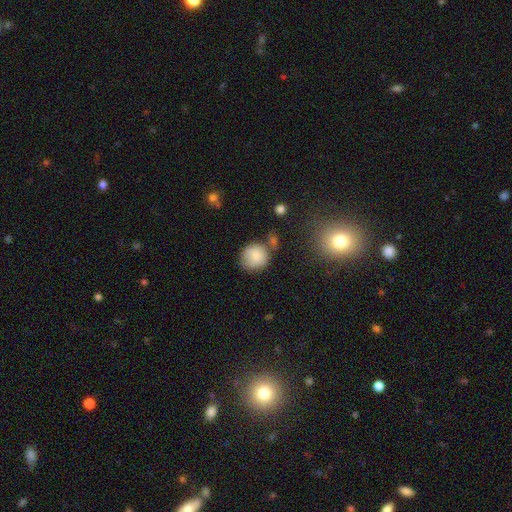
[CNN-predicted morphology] Smooth or featured? smooth (83%)
How rounded? round (87%)
Merging? none (65%)